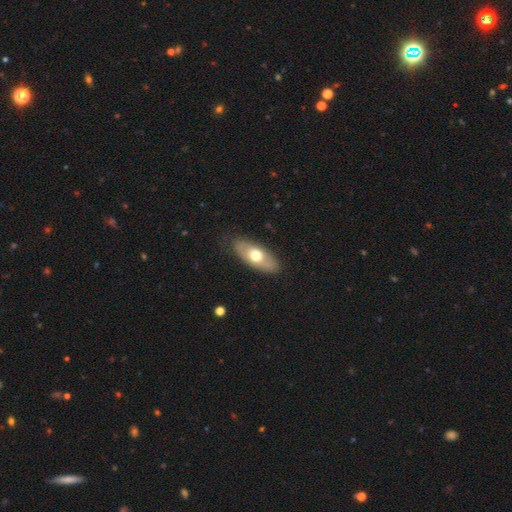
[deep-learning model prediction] smooth 57%, featured or disk 38%, star or artifact 5%. Down the decision tree: how rounded — in between (83%); merging — none (84%).